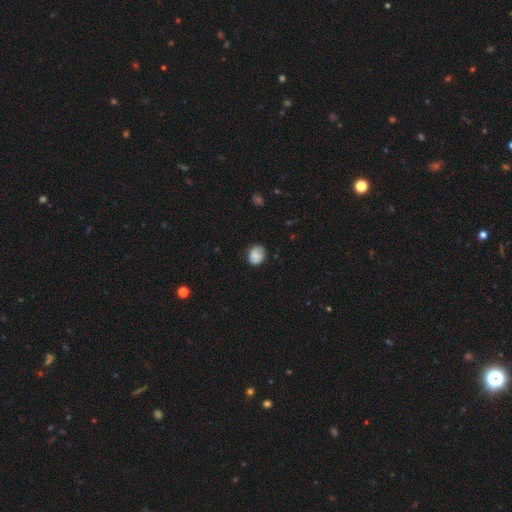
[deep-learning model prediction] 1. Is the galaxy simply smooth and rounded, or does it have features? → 79% smooth, 13% featured or disk, 8% star or artifact.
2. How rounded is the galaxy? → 55% round, 44% in between, 1% cigar-shaped.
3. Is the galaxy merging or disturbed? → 75% none, 20% minor disturbance, 4% major disturbance, 1% merger.